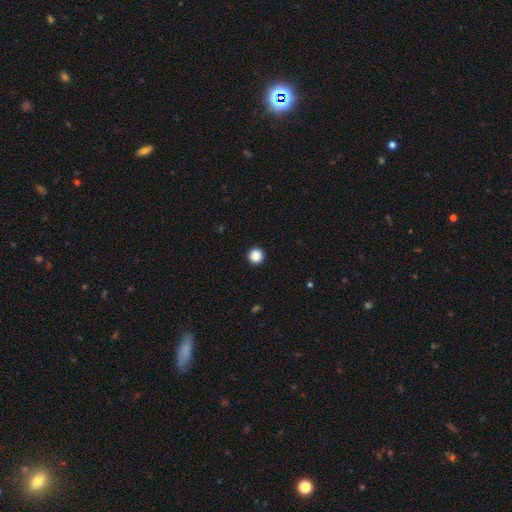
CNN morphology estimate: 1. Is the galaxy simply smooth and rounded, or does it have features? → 88% smooth, 10% star or artifact, 2% featured or disk.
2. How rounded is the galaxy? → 96% round, 3% in between, 1% cigar-shaped.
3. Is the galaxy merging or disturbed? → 94% none, 4% minor disturbance, 1% major disturbance, 1% merger.